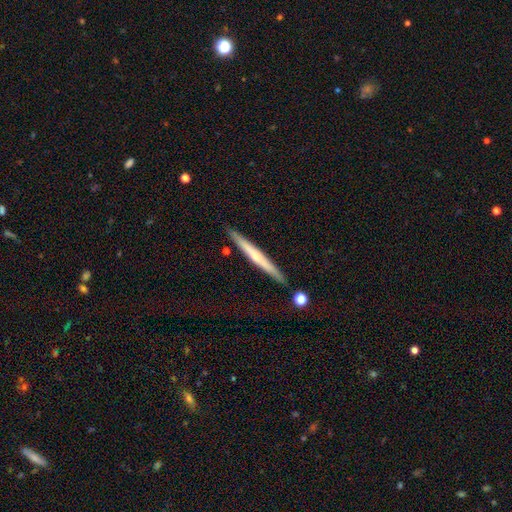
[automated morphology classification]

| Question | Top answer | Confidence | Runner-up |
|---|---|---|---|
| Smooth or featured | featured or disk | 52% | smooth (43%) |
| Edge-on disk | yes | 97% | no (3%) |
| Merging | none | 88% | minor disturbance (8%) |